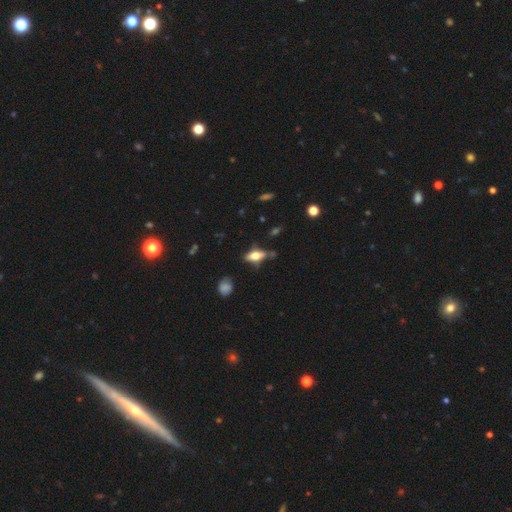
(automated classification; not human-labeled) smooth_or_featured: smooth (p=0.56) [alt: featured or disk p=0.35]
how_rounded: in between (p=0.75) [alt: cigar-shaped p=0.21]
merging: none (p=0.63) [alt: minor disturbance p=0.22]